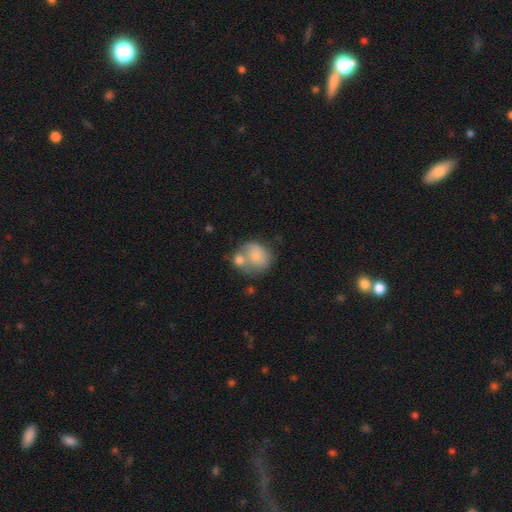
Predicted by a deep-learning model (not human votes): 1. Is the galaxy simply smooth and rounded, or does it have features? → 74% smooth, 18% featured or disk, 8% star or artifact.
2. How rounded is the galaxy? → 68% round, 31% in between, 1% cigar-shaped.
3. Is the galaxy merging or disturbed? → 46% merger, 30% none, 15% minor disturbance, 8% major disturbance.